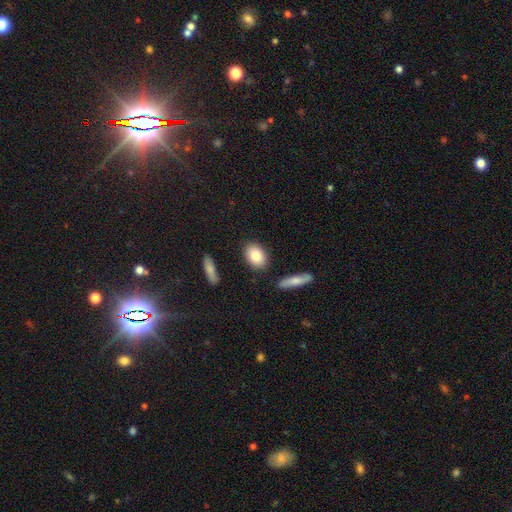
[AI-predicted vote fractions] A smooth galaxy with no disk features (82%) that is in between round and cigar-shaped (81%). Merging: none (85%).